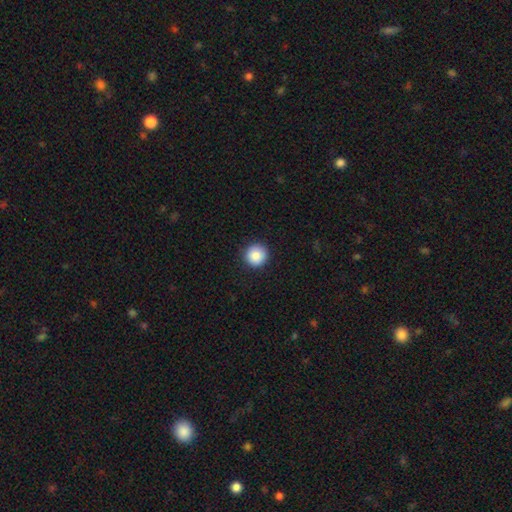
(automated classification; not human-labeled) smooth 86%, star or artifact 9%, featured or disk 5%. Down the decision tree: how rounded — round (95%); merging — none (91%).